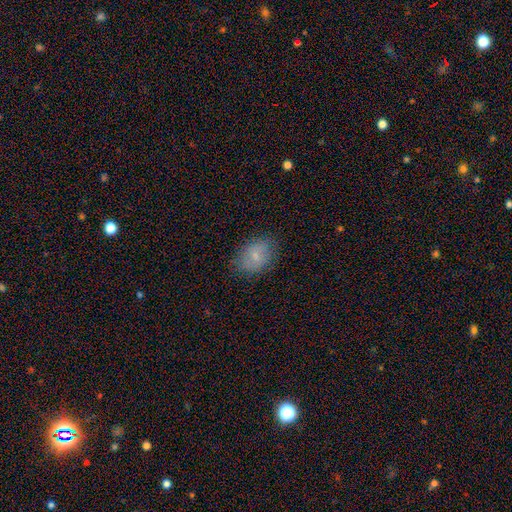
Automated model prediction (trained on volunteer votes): Overall: smooth (72%). How rounded: in between (77%). Merging: none (81%).